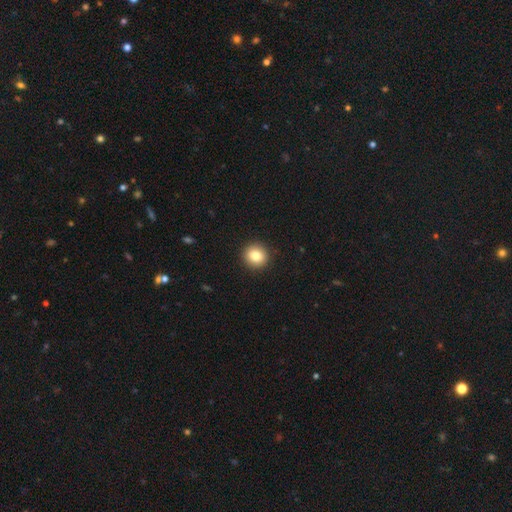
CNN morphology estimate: This is clearly a smooth galaxy (82%). How rounded: clearly round (93%). Merging: clearly none (93%).